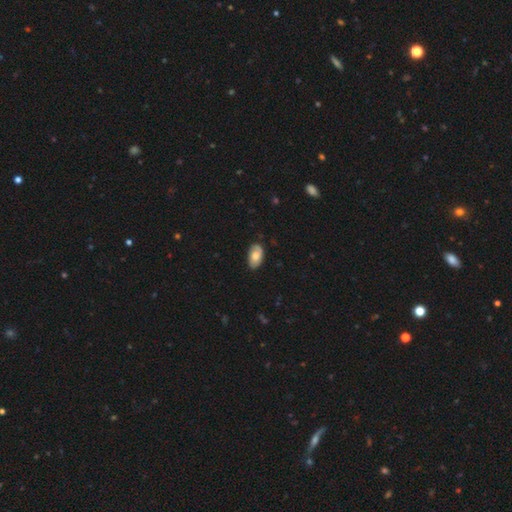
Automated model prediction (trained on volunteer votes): This is likely a smooth galaxy (68%). How rounded: clearly in between (94%). Merging: likely none (77%).